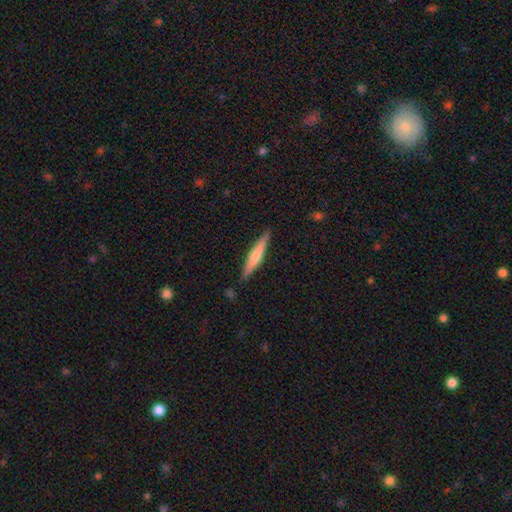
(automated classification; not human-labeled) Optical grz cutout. It shows a smooth galaxy with no disk features (50%). Merging: none (89%).